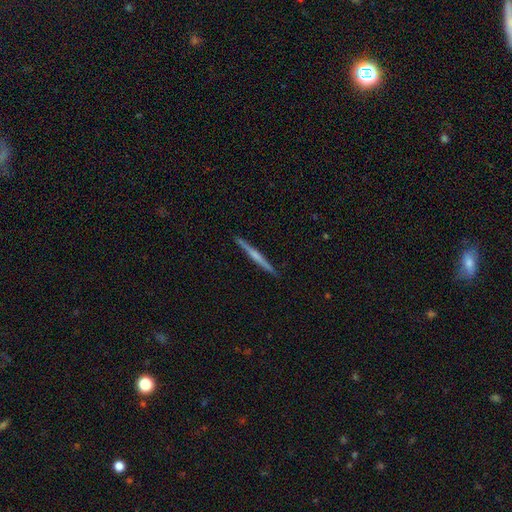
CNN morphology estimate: smooth_or_featured: featured or disk (p=0.61) [alt: smooth p=0.34]
disk_edge_on: yes (p=0.98) [alt: no p=0.02]
edge_on_bulge: none (p=0.51) [alt: rounded p=0.37]
merging: none (p=0.92) [alt: minor disturbance p=0.06]